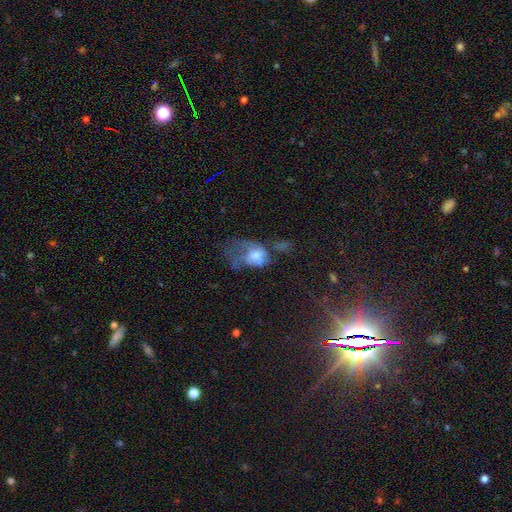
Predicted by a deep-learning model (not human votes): smooth_or_featured: smooth (p=0.51) [alt: featured or disk p=0.37]
how_rounded: in between (p=0.68) [alt: round p=0.30]
merging: major disturbance (p=0.58) [alt: minor disturbance p=0.17]